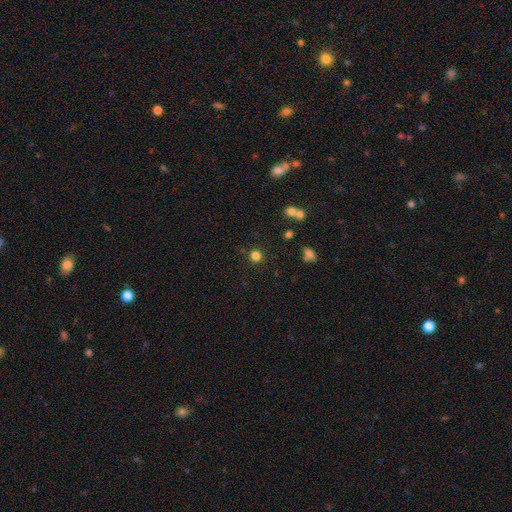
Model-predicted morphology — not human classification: type=smooth (80%); roundness=round (93%); merging=none (88%).